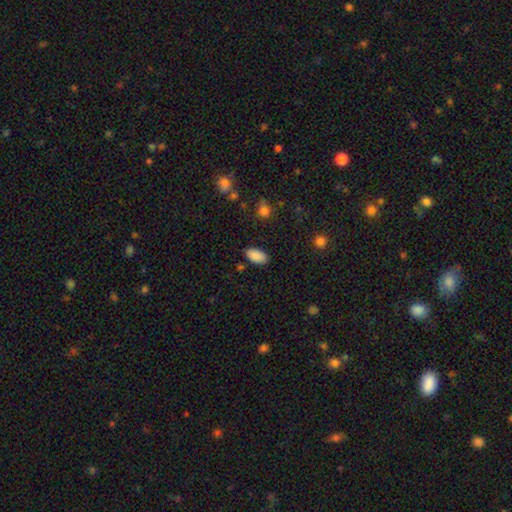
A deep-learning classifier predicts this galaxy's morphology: Overall: smooth (89%). How rounded: in between (94%). Merging: none (86%).